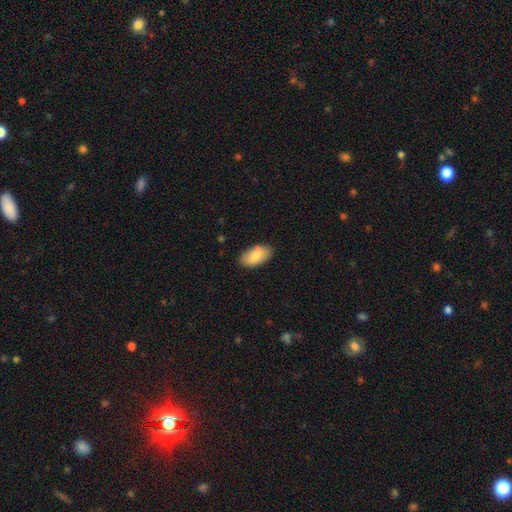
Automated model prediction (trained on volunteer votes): Morphology: type=smooth (83%); roundness=in between (94%); merging=none (84%).